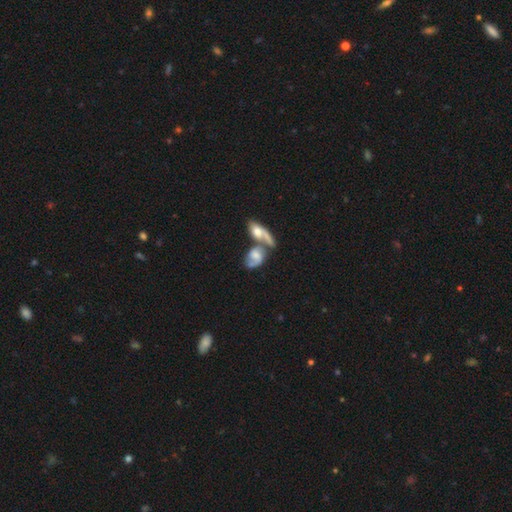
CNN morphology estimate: A featured or disk galaxy (67%) with no bar (59%), 2 (75%) medium (44%) spiral arms (84%) and a moderate central bulge (42%).

Vote fractions:
- Smooth or featured? featured or disk: 67% / smooth: 27% / star or artifact: 7%
- Edge-on disk? no: 94% / yes: 6%
- Bar? no: 59% / weak: 33% / strong: 8%
- Spiral arms? yes: 84% / no: 16%
- Spiral winding? medium: 44% / loose: 36% / tight: 20%
- Spiral arm count? 2: 75% / 1: 13% / can't tell: 8% / 3: 1% / 4: 1% / more than 4: 1%
- Bulge size? moderate: 42% / small: 25% / large: 17% / none: 14% / dominant: 3%
- Merging? merger: 57% / none: 23% / minor disturbance: 11% / major disturbance: 9%